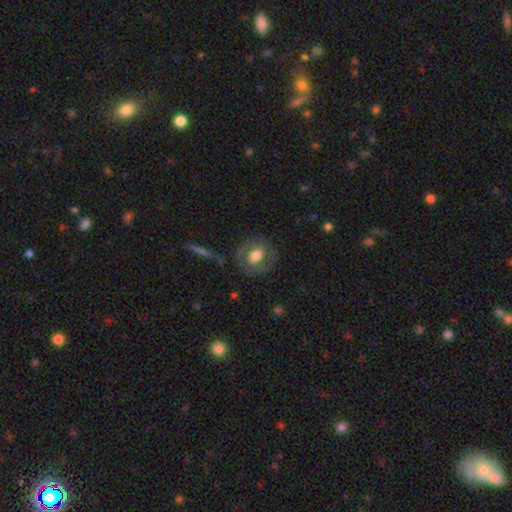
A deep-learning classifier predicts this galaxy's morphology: smooth_or_featured: smooth (p=0.54) [alt: featured or disk p=0.39]
how_rounded: round (p=0.54) [alt: in between p=0.45]
merging: none (p=0.74) [alt: minor disturbance p=0.15]